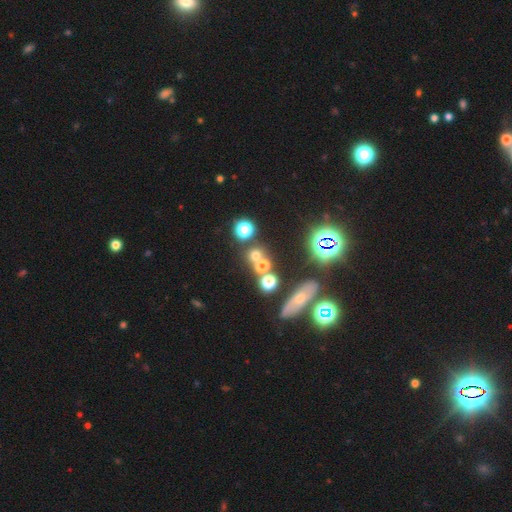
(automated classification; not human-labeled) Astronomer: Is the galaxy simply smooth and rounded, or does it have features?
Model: smooth — 58%.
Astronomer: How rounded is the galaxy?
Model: round — 84%.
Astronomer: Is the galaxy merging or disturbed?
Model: none — 60%.